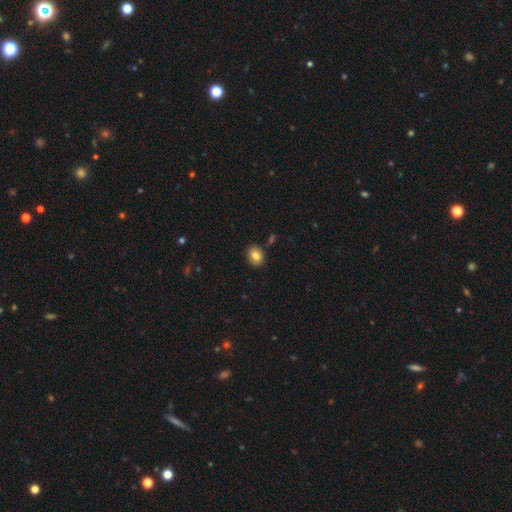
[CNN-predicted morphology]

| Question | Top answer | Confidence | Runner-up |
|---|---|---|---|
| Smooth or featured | smooth | 82% | star or artifact (9%) |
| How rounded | in between | 55% | round (44%) |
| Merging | none | 85% | minor disturbance (10%) |